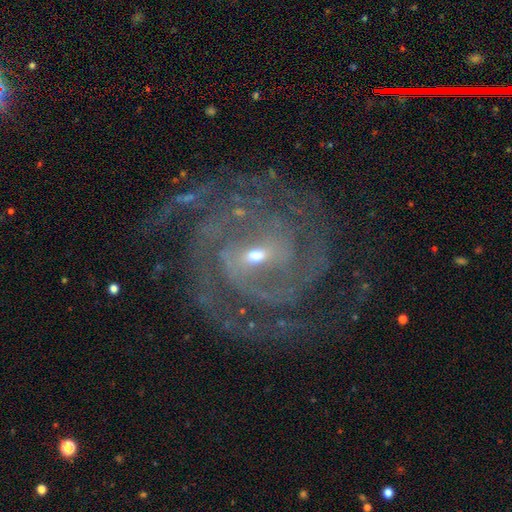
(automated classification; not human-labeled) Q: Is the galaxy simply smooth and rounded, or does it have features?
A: featured or disk — 85%.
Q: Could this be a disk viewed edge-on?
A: no — 97%.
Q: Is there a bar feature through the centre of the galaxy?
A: weak — 45%.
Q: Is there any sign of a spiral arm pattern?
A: yes — 92%.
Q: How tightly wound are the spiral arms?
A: medium — 43%.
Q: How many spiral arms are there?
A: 2 — 56%.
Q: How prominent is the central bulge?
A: small — 62%.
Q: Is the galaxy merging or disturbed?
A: none — 62%.